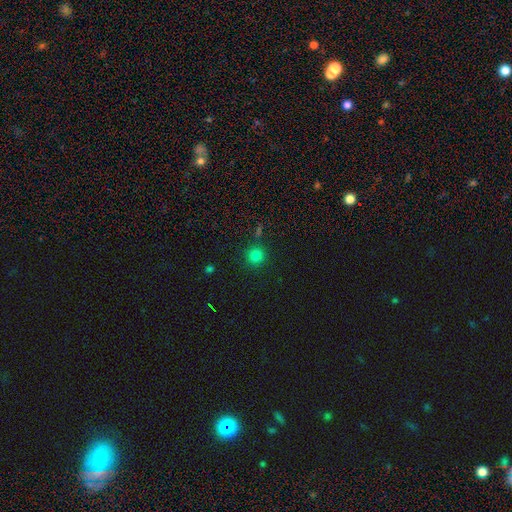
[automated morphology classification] type=smooth (78%); roundness=round (94%); merging=none (87%).